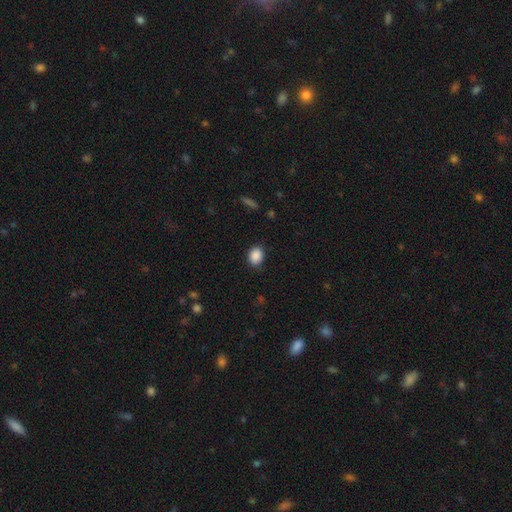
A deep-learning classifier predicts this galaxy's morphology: A smooth galaxy with no disk features (89%) that is in between round and cigar-shaped (53%). Merging: none (86%).